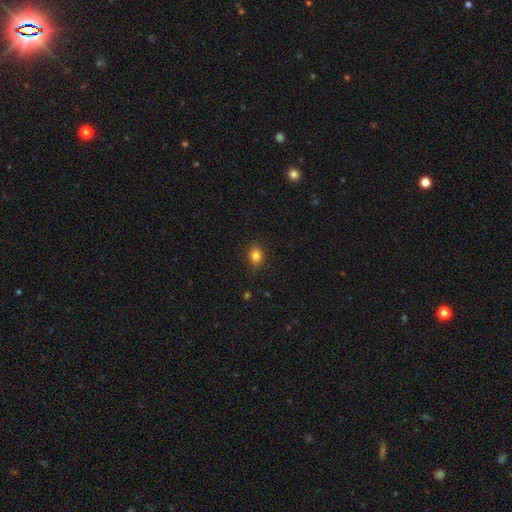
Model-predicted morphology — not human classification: The model was most divided on "how rounded": round: 57%, in between: 42%, cigar-shaped: 1%. More confident: merging — none (85%); smooth or featured — smooth (82%).